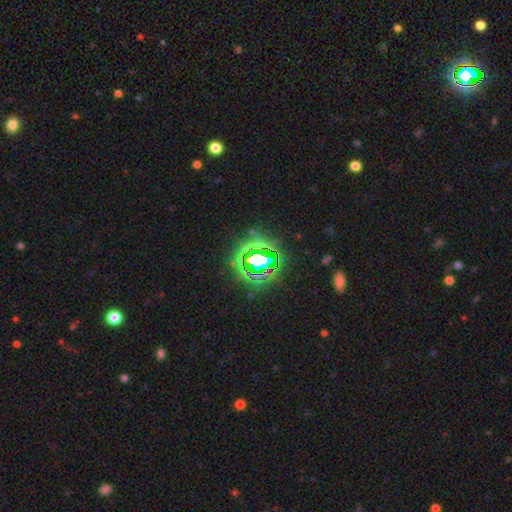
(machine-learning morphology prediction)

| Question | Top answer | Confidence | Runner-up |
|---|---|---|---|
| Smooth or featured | star or artifact | 77% | smooth (12%) |